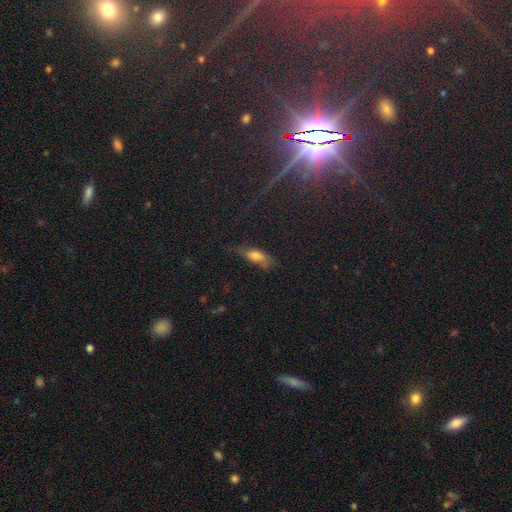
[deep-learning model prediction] Smooth or featured? Predicted: smooth (p=0.57). How rounded? Predicted: in between (p=0.61). Merging? Predicted: none (p=0.58).